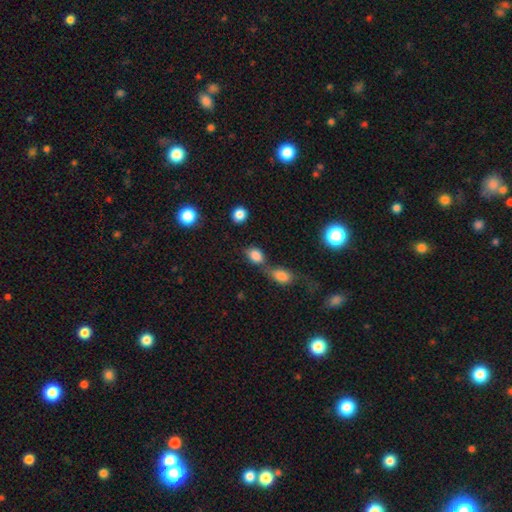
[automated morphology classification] smooth 82%, star or artifact 10%, featured or disk 7%. Down the decision tree: how rounded — in between (73%); merging — merger (43%).